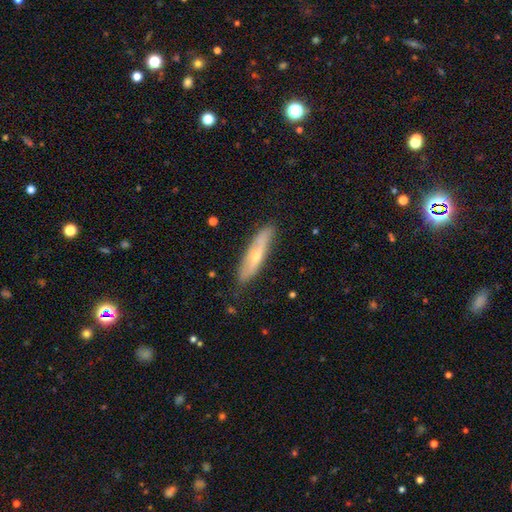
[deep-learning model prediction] Smooth or featured: featured or disk — 51% (smooth — 42%)
Edge-on disk: yes — 64% (no — 36%)
Merging: none — 80% (minor disturbance — 16%)